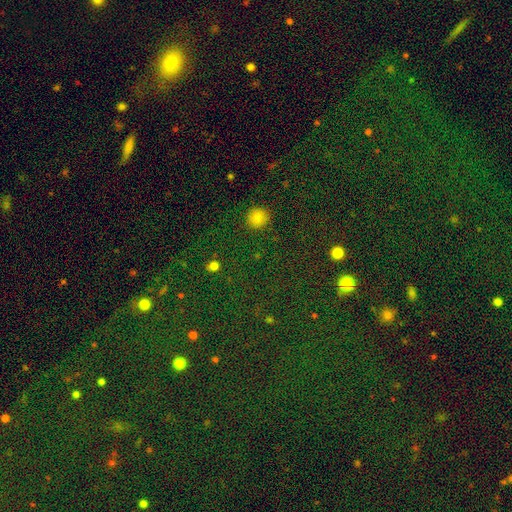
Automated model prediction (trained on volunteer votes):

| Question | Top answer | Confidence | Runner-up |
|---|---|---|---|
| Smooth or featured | star or artifact | 74% | smooth (17%) |